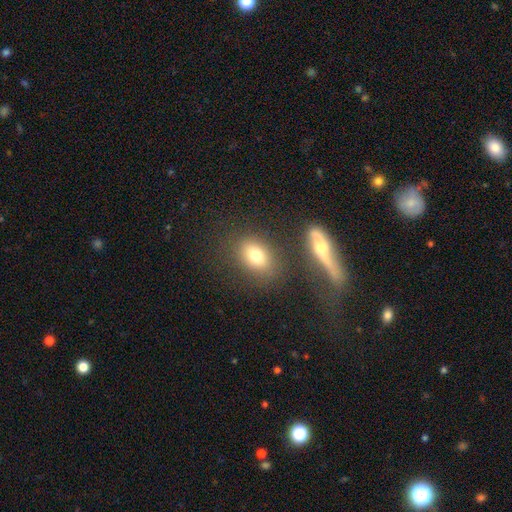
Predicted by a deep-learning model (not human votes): This appears to be a smooth galaxy with no disk features (77%) that is in between round and cigar-shaped (68%). Merging: none (76%).